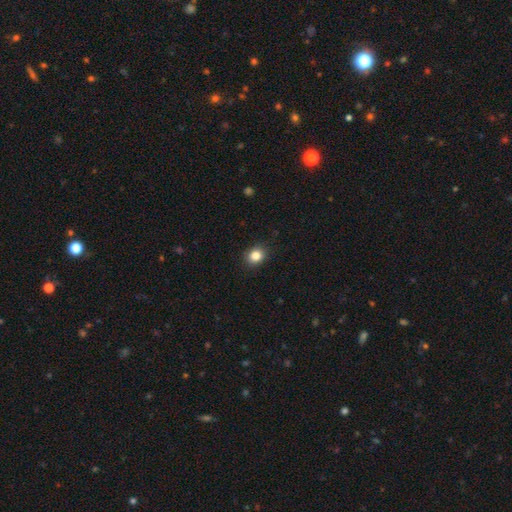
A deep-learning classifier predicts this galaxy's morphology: Smooth or featured? Predicted: smooth (p=0.84). How rounded? Predicted: round (p=0.64). Merging? Predicted: none (p=0.89).